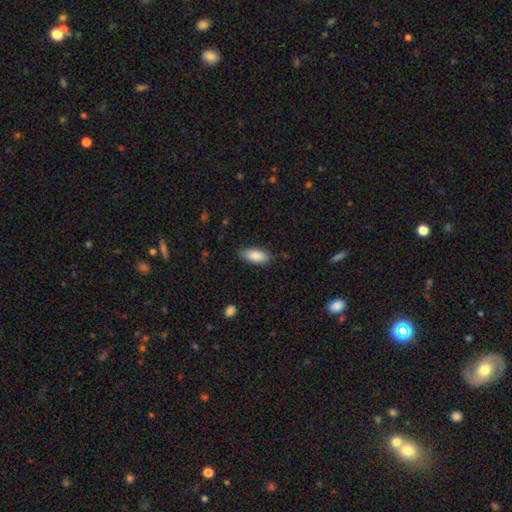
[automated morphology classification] The model was most divided on "merging": none: 82%, minor disturbance: 14%, major disturbance: 3%, merger: 1%. More confident: smooth or featured — smooth (87%); how rounded — in between (84%).